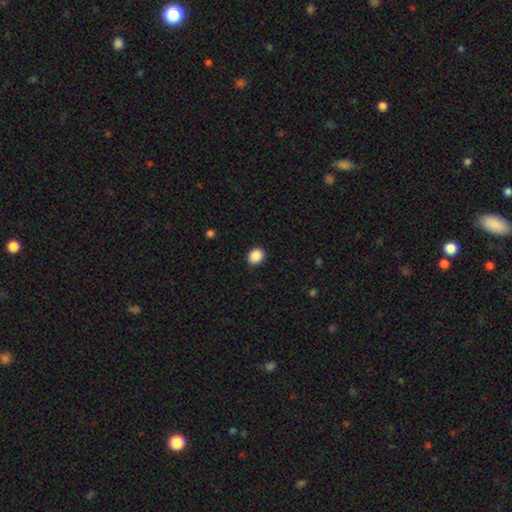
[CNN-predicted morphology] A smooth galaxy with no disk features (89%) that is round (58%).

Vote fractions:
- Smooth or featured? smooth: 89% / star or artifact: 8% / featured or disk: 2%
- How rounded? round: 58% / in between: 41% / cigar-shaped: 1%
- Merging? none: 89% / minor disturbance: 8% / major disturbance: 2% / merger: 1%